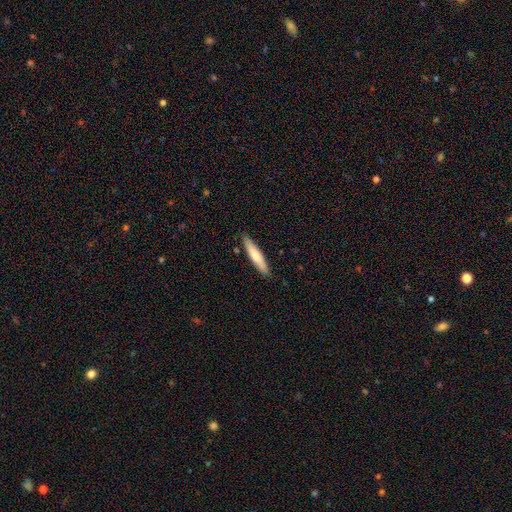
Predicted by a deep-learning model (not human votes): This appears to be a smooth galaxy with no disk features (67%) that is cigar-shaped (88%). Merging: none (88%).